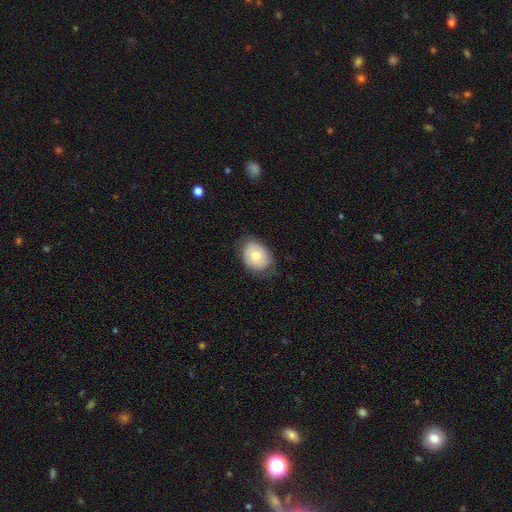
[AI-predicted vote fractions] Smooth or featured: smooth — 72% (featured or disk — 20%)
How rounded: in between — 66% (round — 33%)
Merging: none — 75% (minor disturbance — 20%)